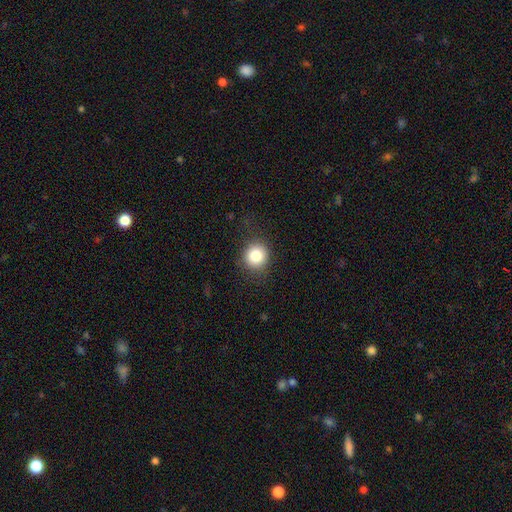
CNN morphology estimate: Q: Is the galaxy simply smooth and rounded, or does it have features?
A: smooth — 83%.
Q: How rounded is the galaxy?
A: round — 90%.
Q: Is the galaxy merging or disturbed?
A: none — 86%.